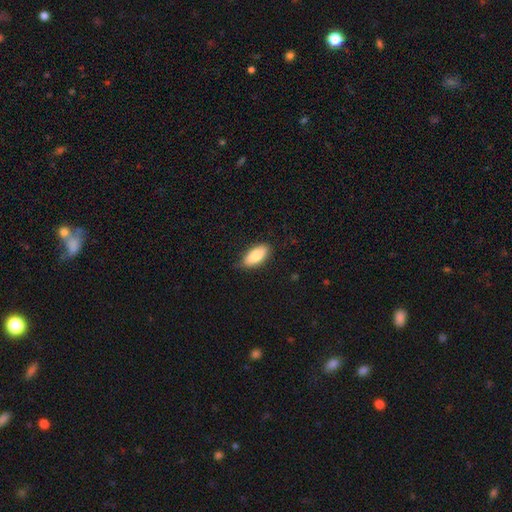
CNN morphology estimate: smooth-or-featured: smooth: 84% | featured or disk: 10% | star or artifact: 6%
  how-rounded: in between: 89% | cigar-shaped: 9% | round: 2%
  merging: none: 81% | minor disturbance: 16% | major disturbance: 2% | merger: 1%